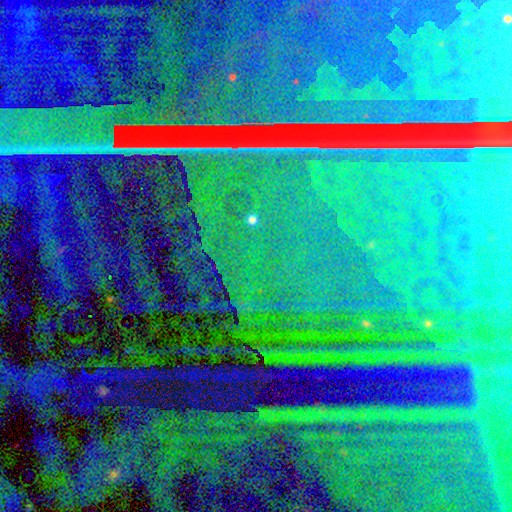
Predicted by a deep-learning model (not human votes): Smooth or featured: star or artifact — 89% (featured or disk — 6%)